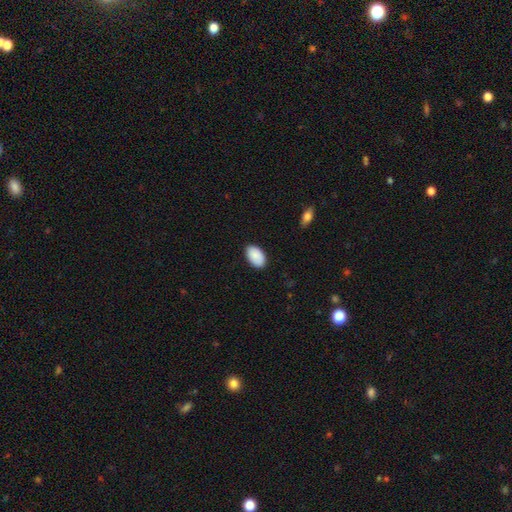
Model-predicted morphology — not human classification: Smooth or featured? smooth (90%)
How rounded? in between (94%)
Merging? none (87%)